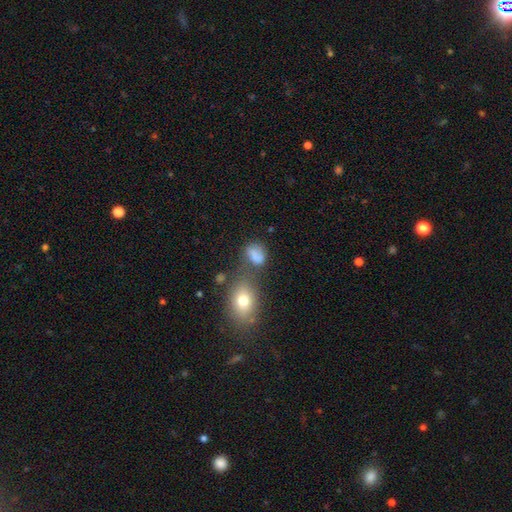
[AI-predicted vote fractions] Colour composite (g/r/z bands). It shows a smooth galaxy with no disk features (74%) that is in between round and cigar-shaped (65%). Merging: none (43%).